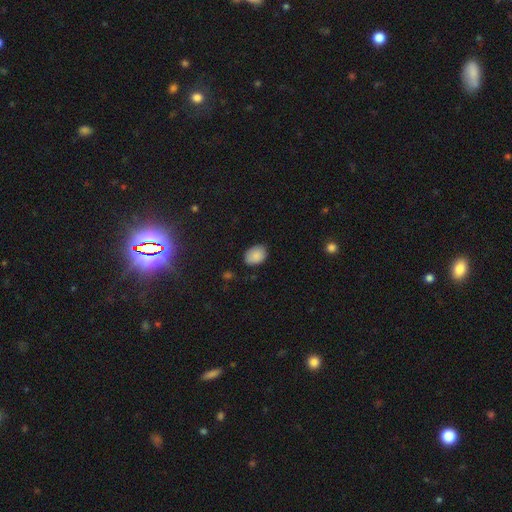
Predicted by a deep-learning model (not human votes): Smooth or featured: smooth — 87% (star or artifact — 8%)
How rounded: in between — 73% (round — 26%)
Merging: none — 79% (minor disturbance — 17%)